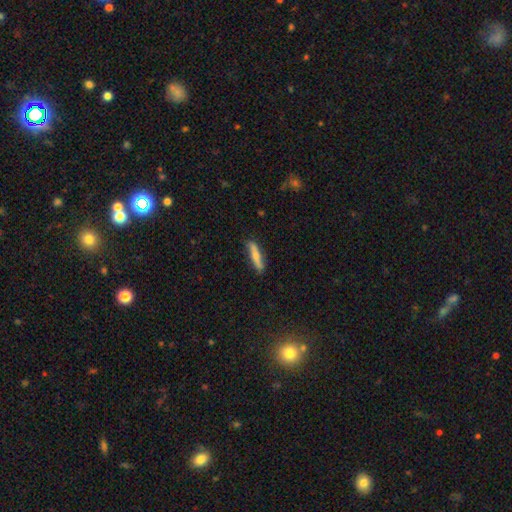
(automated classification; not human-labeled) The model was most divided on "smooth or featured": smooth: 56%, featured or disk: 38%, star or artifact: 6%. More confident: how rounded — cigar-shaped (82%); merging — none (82%).